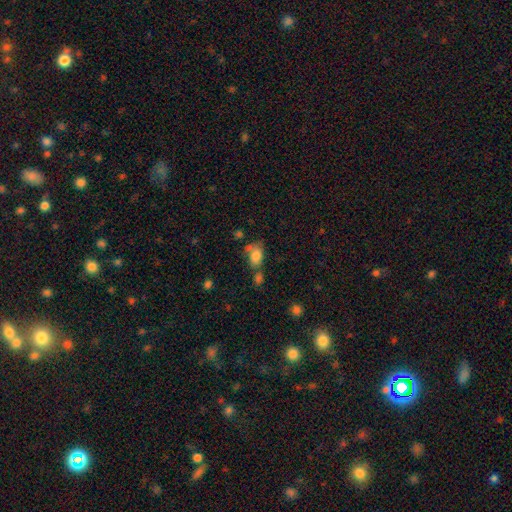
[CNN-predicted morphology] Q: Smooth or featured?
A: smooth (78%); runner-up: featured or disk (12%)
Q: How rounded?
A: in between (83%); runner-up: round (15%)
Q: Merging?
A: none (41%); runner-up: merger (28%)